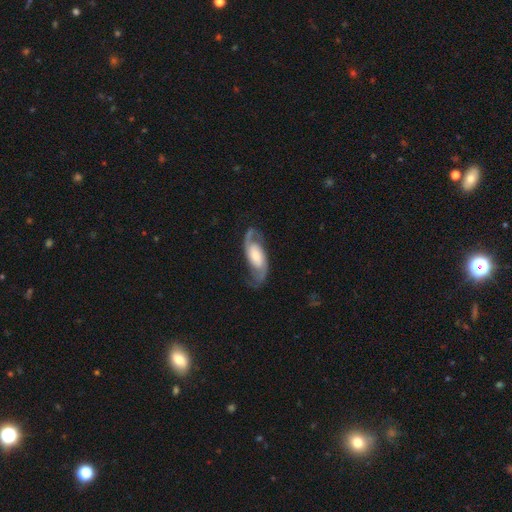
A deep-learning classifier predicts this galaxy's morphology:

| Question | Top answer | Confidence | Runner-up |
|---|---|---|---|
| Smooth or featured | featured or disk | 85% | smooth (11%) |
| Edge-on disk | no | 95% | yes (5%) |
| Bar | no | 48% | weak (37%) |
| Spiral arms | yes | 96% | no (4%) |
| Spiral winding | medium | 48% | loose (34%) |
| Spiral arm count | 2 | 92% | can't tell (3%) |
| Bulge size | moderate | 40% | large (26%) |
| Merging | none | 74% | minor disturbance (15%) |